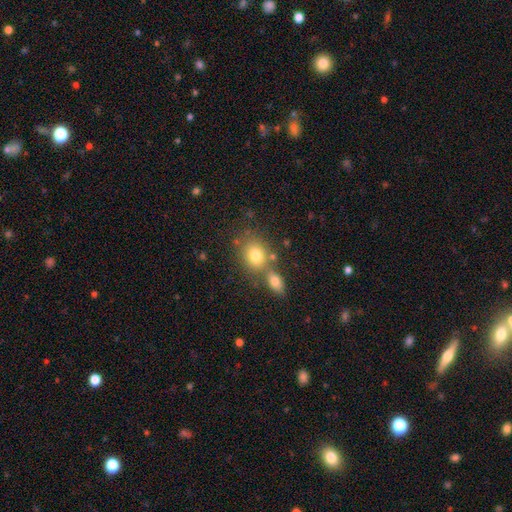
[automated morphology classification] Overall: smooth (77%). How rounded: round (57%; in between 42%). Merging: none (53%; merger 32%).